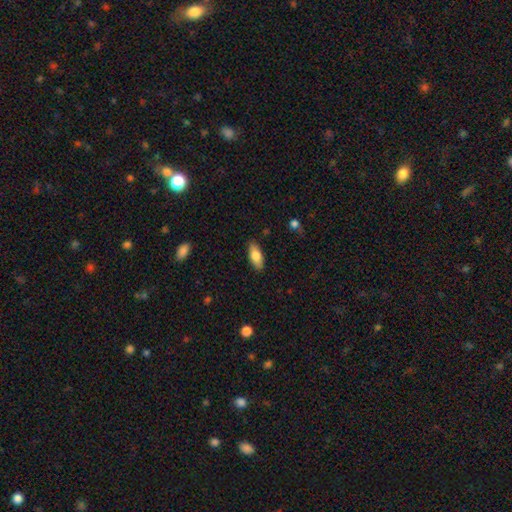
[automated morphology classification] smooth_or_featured: smooth (p=0.79) [alt: featured or disk p=0.15]
how_rounded: in between (p=0.84) [alt: cigar-shaped p=0.14]
merging: none (p=0.87) [alt: minor disturbance p=0.10]